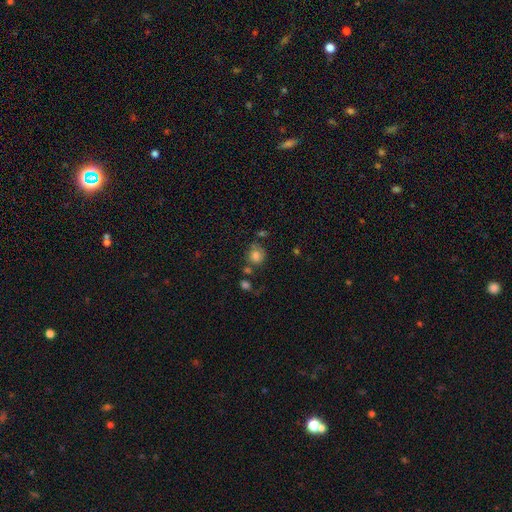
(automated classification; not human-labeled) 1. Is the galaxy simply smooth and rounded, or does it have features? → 78% smooth, 11% star or artifact, 11% featured or disk.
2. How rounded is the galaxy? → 75% round, 24% in between, 1% cigar-shaped.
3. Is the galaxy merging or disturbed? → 57% none, 21% minor disturbance, 13% merger, 9% major disturbance.